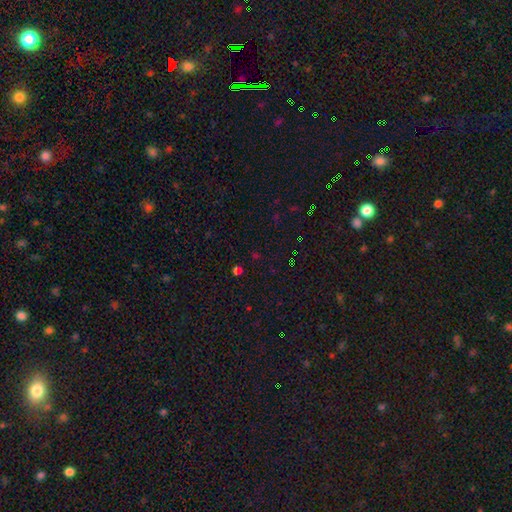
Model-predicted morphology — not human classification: This appears to be a star or artifact, not a galaxy (54%).